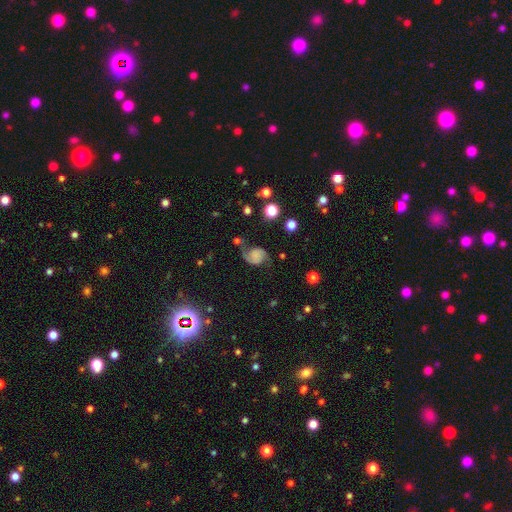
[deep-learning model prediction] This appears to be a featured or disk galaxy (77%) with no bar (69%), 2 (92%) loose (48%) spiral arms (96%) and no central bulge (63%). Merging: none (63%).